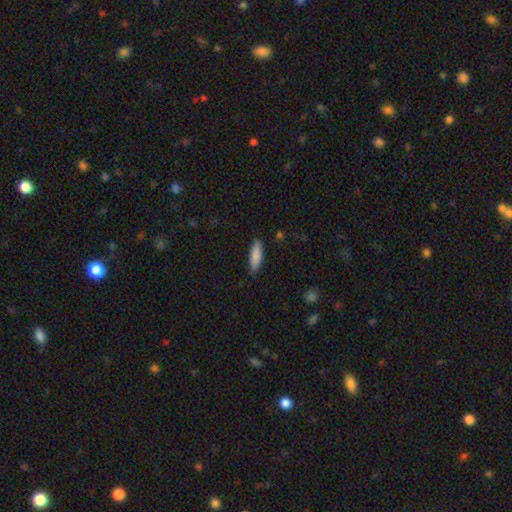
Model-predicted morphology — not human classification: smooth-or-featured: smooth: 87% | featured or disk: 7% | star or artifact: 6%
  how-rounded: in between: 55% | cigar-shaped: 43% | round: 2%
  merging: none: 85% | minor disturbance: 11% | major disturbance: 2% | merger: 1%